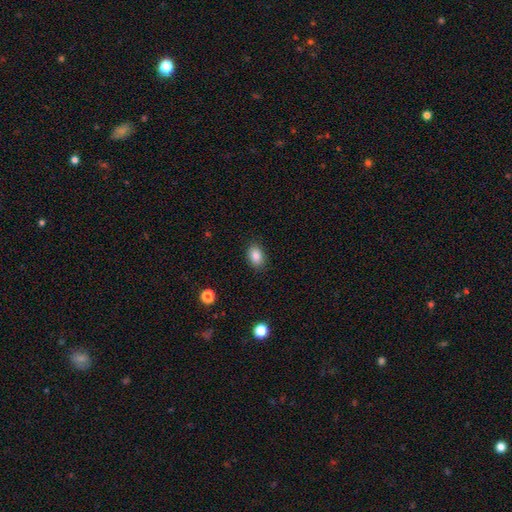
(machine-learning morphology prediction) smooth 85%, star or artifact 9%, featured or disk 6%. Down the decision tree: how rounded — in between (80%); merging — none (87%).